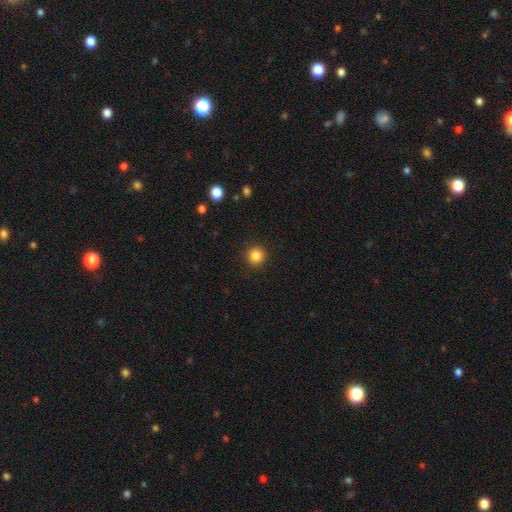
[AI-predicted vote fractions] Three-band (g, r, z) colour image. It shows a smooth galaxy with no disk features (85%) that is round (95%). Merging: none (92%).